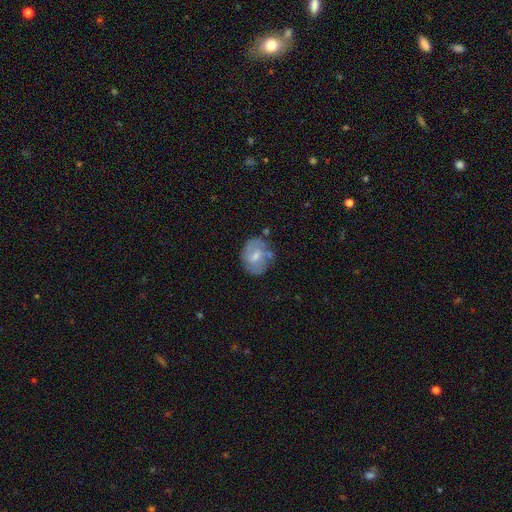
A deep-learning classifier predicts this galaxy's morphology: featured or disk 47%, smooth 46%, star or artifact 7%. Down the decision tree: merging — none (60%).